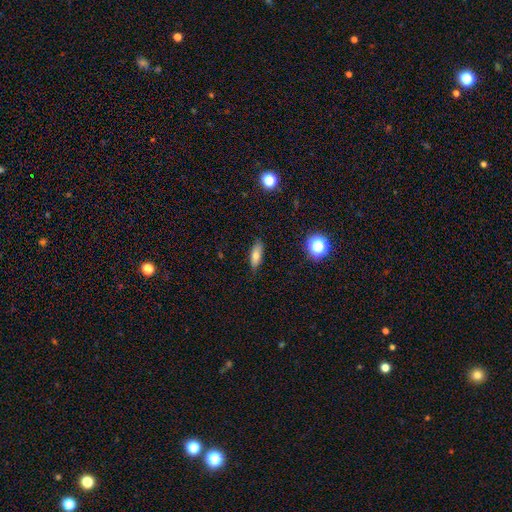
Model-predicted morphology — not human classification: smooth_or_featured: smooth (p=0.73) [alt: featured or disk p=0.17]
how_rounded: in between (p=0.63) [alt: cigar-shaped p=0.33]
merging: none (p=0.81) [alt: minor disturbance p=0.15]